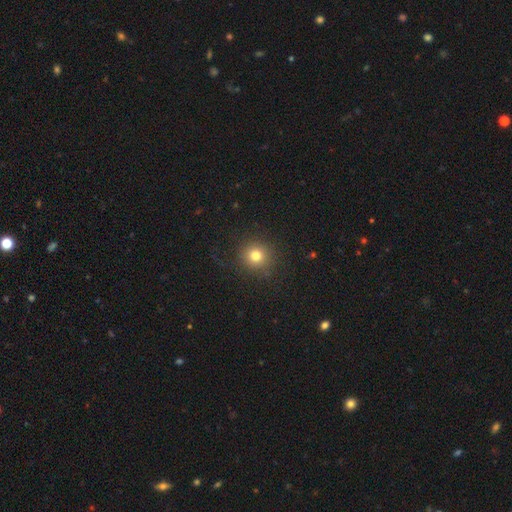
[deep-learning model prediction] Smooth or featured: smooth — 79% (star or artifact — 14%)
How rounded: round — 93% (in between — 6%)
Merging: none — 88% (minor disturbance — 7%)